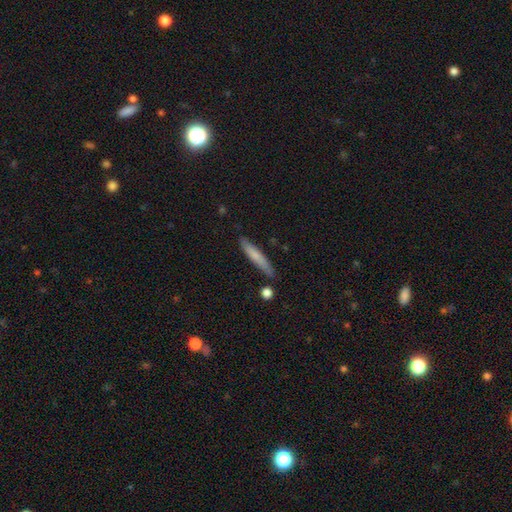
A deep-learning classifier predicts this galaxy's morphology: A smooth galaxy with no disk features (70%) that is cigar-shaped (92%).

Vote fractions:
- Smooth or featured? smooth: 70% / featured or disk: 24% / star or artifact: 6%
- How rounded? cigar-shaped: 92% / in between: 7% / round: 1%
- Merging? none: 81% / minor disturbance: 13% / merger: 4% / major disturbance: 2%